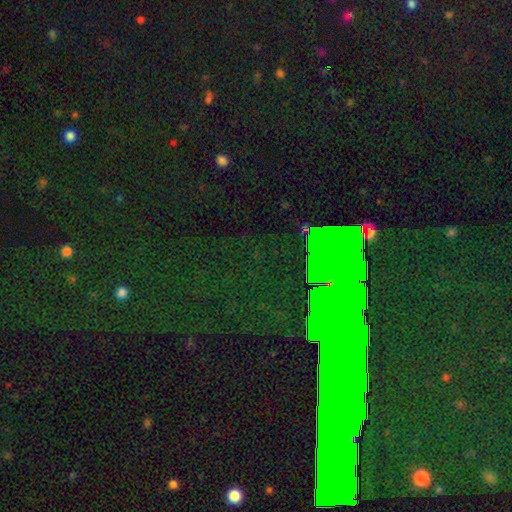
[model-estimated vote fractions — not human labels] Smooth or featured? Predicted: star or artifact (p=0.77).